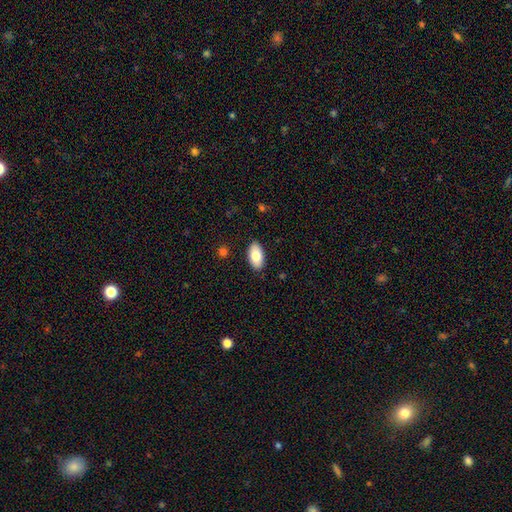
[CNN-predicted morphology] smooth-or-featured: smooth: 80% | featured or disk: 13% | star or artifact: 6%
  how-rounded: in between: 95% | round: 3% | cigar-shaped: 3%
  merging: none: 88% | minor disturbance: 9% | major disturbance: 2% | merger: 1%